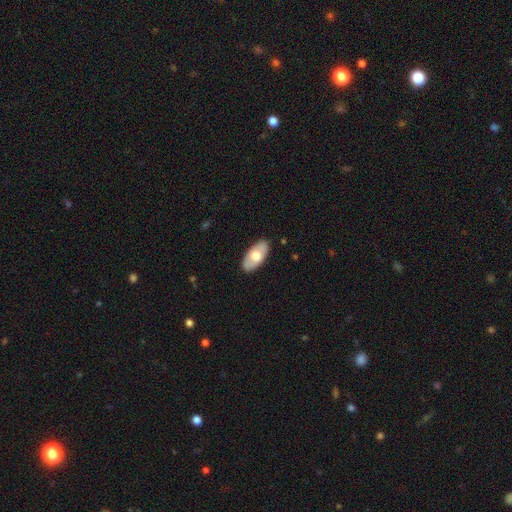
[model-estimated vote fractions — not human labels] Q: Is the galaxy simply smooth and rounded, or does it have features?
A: smooth — 63%.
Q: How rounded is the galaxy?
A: in between — 93%.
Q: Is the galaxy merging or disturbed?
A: none — 87%.